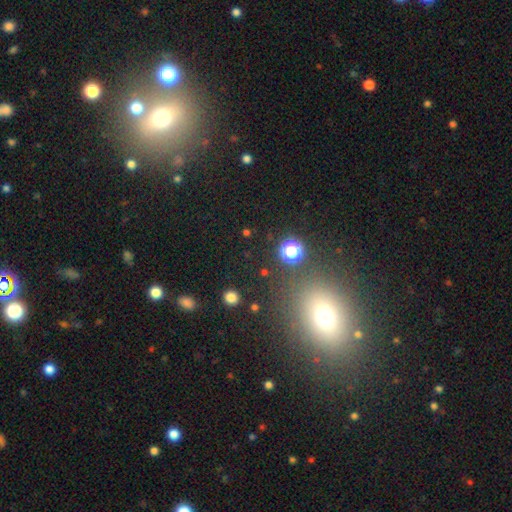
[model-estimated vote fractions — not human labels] This appears to be a smooth galaxy with no disk features (46%). Merging: none (80%).